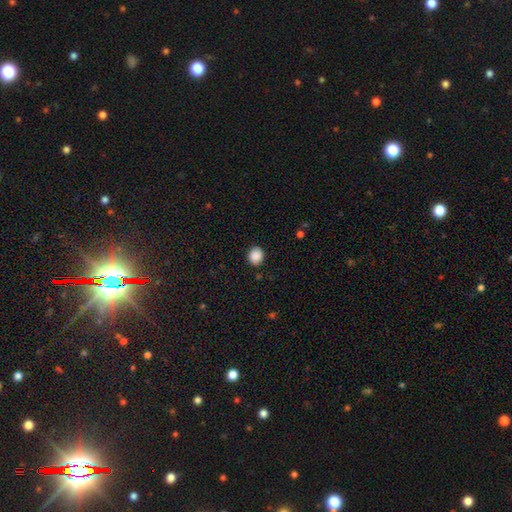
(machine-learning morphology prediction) Smooth or featured? Predicted: smooth (p=0.88). How rounded? Predicted: round (p=0.73). Merging? Predicted: none (p=0.86).